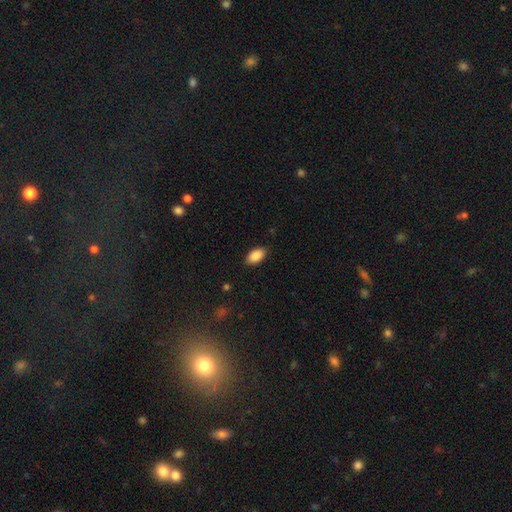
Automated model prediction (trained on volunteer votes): This appears to be a smooth galaxy with no disk features (89%) that is in between round and cigar-shaped (93%). Merging: none (86%).